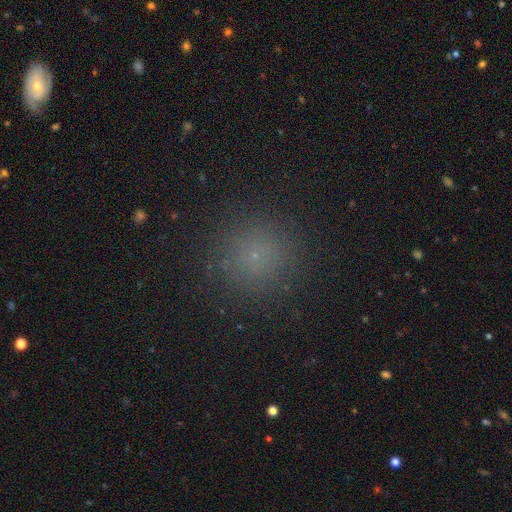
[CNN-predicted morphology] Smooth or featured?
  - smooth: 70% *
  - star or artifact: 24%
  - featured or disk: 6%
How rounded?
  - round: 94% *
  - in between: 5%
  - cigar-shaped: 1%
Merging?
  - none: 90% *
  - minor disturbance: 7%
  - major disturbance: 3%
  - merger: 1%